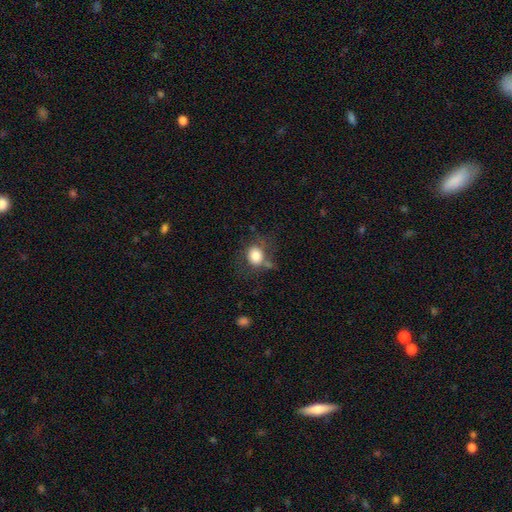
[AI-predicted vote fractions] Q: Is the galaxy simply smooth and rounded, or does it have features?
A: smooth — 80%.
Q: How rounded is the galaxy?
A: round — 58%.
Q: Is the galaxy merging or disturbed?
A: none — 57%.